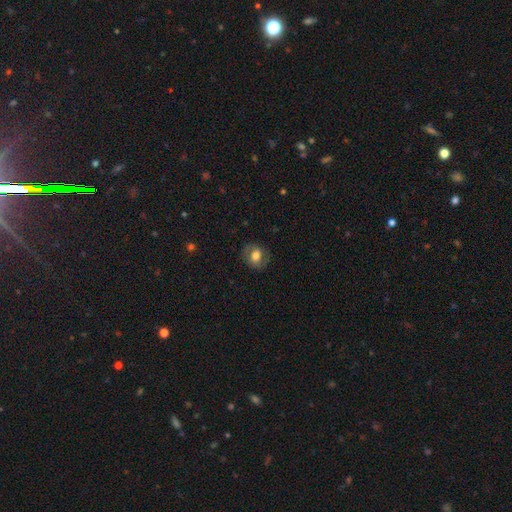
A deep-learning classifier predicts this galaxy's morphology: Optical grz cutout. It shows a smooth galaxy with no disk features (59%) that is round (62%). Merging: none (78%).